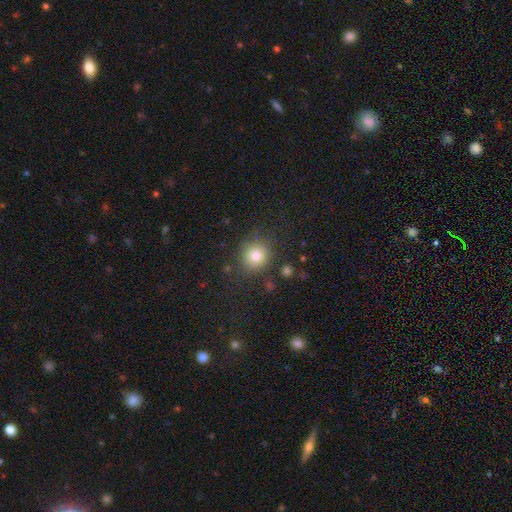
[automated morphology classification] smooth 81%, star or artifact 12%, featured or disk 7%. Down the decision tree: how rounded — round (88%); merging — none (85%).